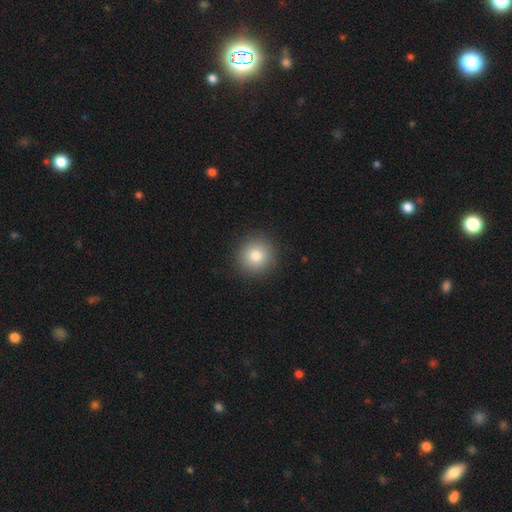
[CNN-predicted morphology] Overall: smooth (82%). How rounded: round (93%). Merging: none (91%).